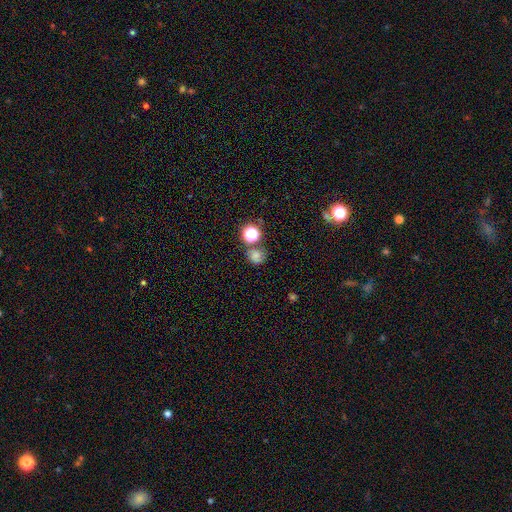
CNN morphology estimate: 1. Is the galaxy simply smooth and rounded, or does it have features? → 64% smooth, 22% star or artifact, 14% featured or disk.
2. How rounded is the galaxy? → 76% round, 23% in between, 1% cigar-shaped.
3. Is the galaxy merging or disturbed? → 60% none, 18% merger, 15% minor disturbance, 7% major disturbance.